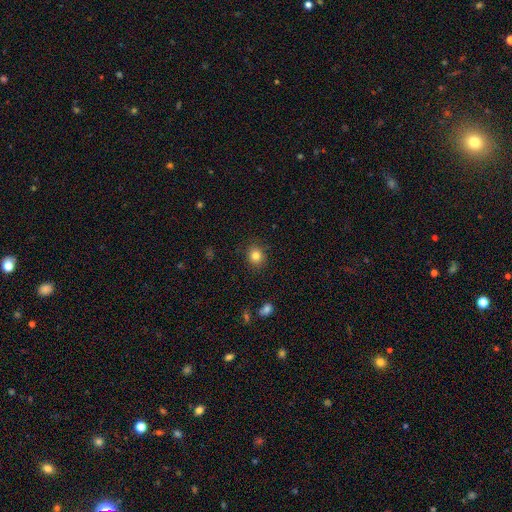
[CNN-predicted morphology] A smooth galaxy with no disk features (83%) that is round (82%).

Vote fractions:
- Smooth or featured? smooth: 83% / star or artifact: 11% / featured or disk: 6%
- How rounded? round: 82% / in between: 17% / cigar-shaped: 1%
- Merging? none: 89% / minor disturbance: 8% / major disturbance: 2% / merger: 1%